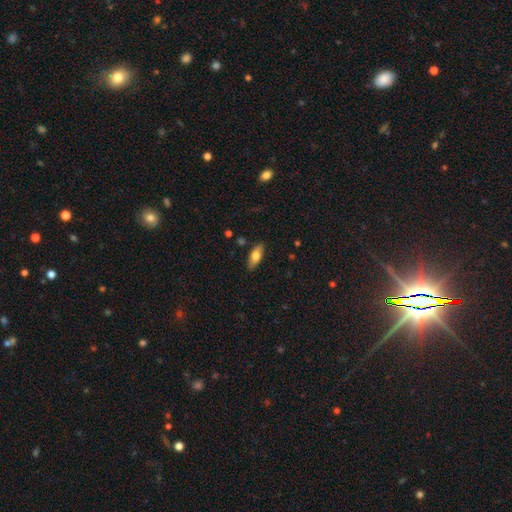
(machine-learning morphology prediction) Smooth or featured? smooth (70%)
How rounded? in between (76%)
Merging? none (85%)